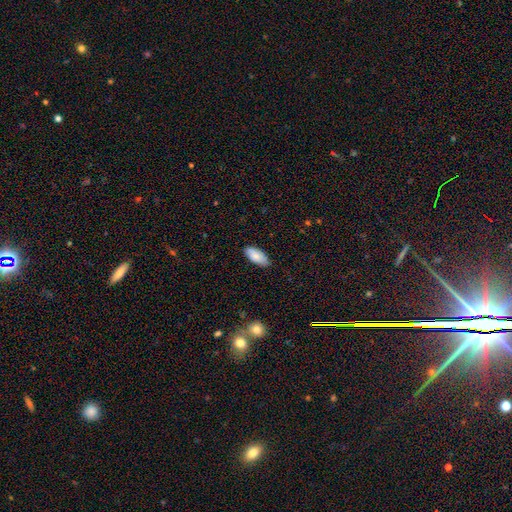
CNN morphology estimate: Q: Smooth or featured?
A: smooth (85%); runner-up: featured or disk (9%)
Q: How rounded?
A: in between (92%); runner-up: cigar-shaped (6%)
Q: Merging?
A: none (83%); runner-up: minor disturbance (14%)